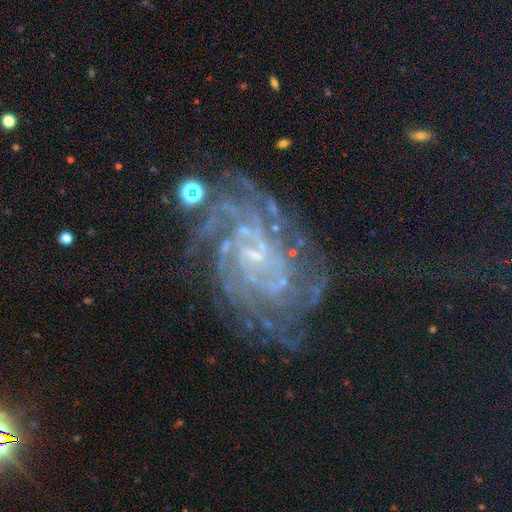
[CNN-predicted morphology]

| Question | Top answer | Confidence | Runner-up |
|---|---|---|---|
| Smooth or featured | featured or disk | 89% | star or artifact (7%) |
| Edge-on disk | no | 97% | yes (3%) |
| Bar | no | 51% | weak (37%) |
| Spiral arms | yes | 98% | no (2%) |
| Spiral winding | tight | 67% | medium (28%) |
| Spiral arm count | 4 | 23% | tied: more than 4 (23%) |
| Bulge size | small | 79% | none (11%) |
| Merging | none | 68% | minor disturbance (18%) |